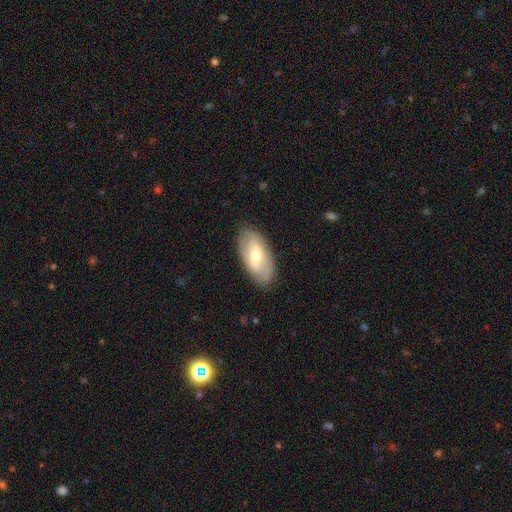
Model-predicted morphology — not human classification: smooth_or_featured: featured or disk (p=0.52) [alt: smooth p=0.42]
disk_edge_on: no (p=0.89) [alt: yes p=0.11]
merging: none (p=0.83) [alt: minor disturbance p=0.13]